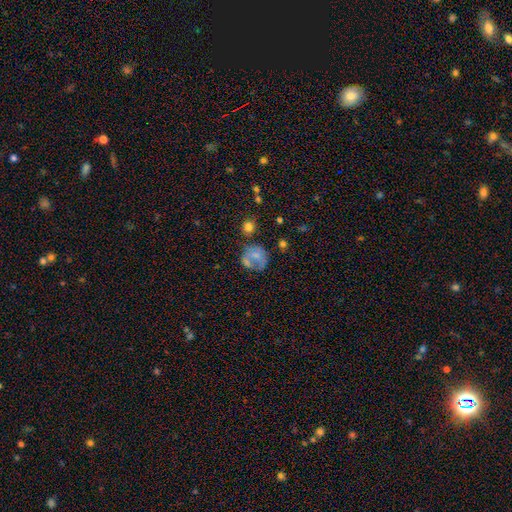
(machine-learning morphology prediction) smooth-or-featured: smooth: 53% | featured or disk: 36% | star or artifact: 11%
  how-rounded: round: 75% | in between: 24% | cigar-shaped: 1%
  merging: none: 42% | minor disturbance: 23% | major disturbance: 21% | merger: 13%